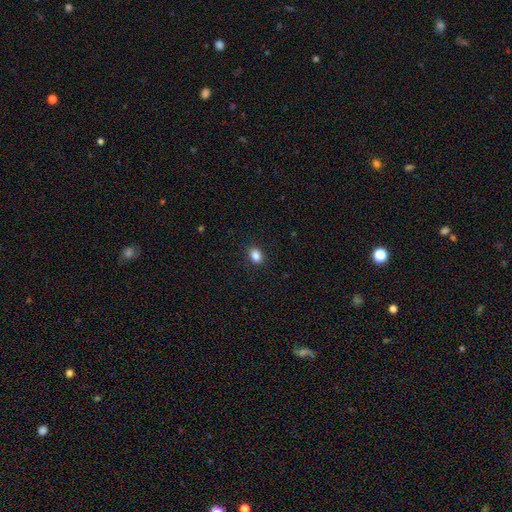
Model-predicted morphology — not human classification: Overall: smooth (86%). How rounded: in between (70%). Merging: none (89%).